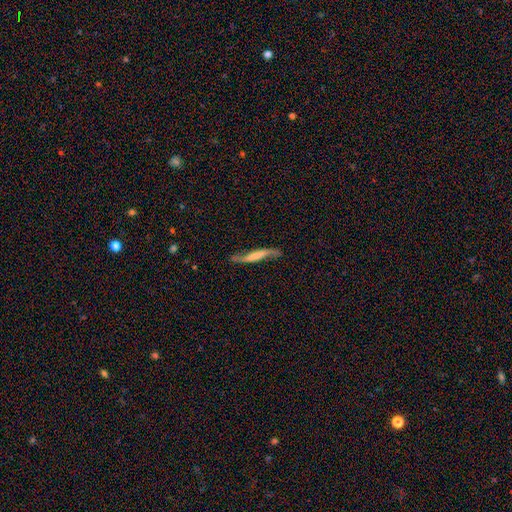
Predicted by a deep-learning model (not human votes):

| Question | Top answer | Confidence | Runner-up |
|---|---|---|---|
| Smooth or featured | featured or disk | 73% | smooth (22%) |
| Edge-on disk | no | 65% | yes (35%) |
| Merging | none | 70% | minor disturbance (19%) |